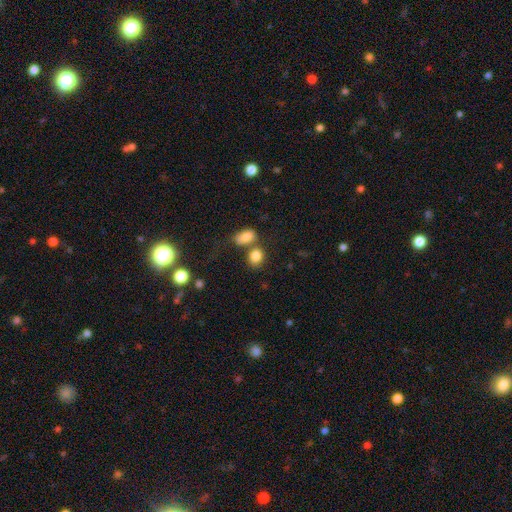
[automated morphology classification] This appears to be a smooth galaxy with no disk features (83%) that is in between round and cigar-shaped (50%). Merging: none (49%).